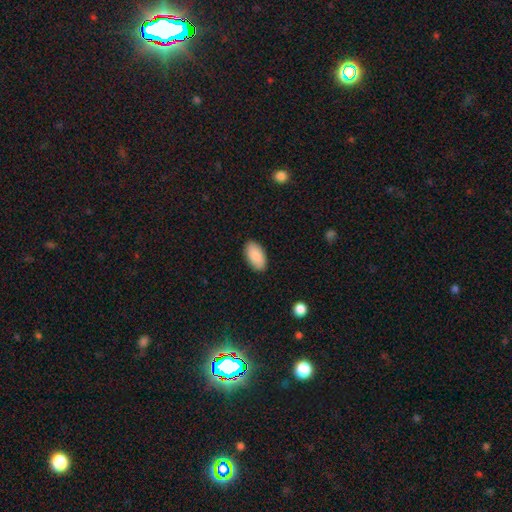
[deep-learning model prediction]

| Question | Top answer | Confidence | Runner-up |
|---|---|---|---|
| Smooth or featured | smooth | 89% | star or artifact (6%) |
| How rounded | in between | 95% | round (2%) |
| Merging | none | 89% | minor disturbance (8%) |